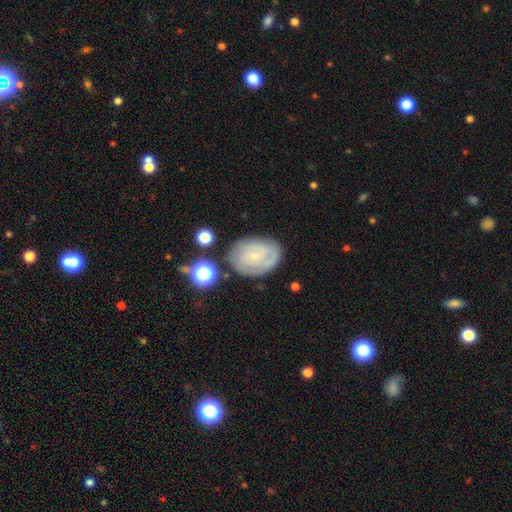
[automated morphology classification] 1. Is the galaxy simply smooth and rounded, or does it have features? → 69% featured or disk, 22% smooth, 8% star or artifact.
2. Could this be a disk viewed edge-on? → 97% no, 3% yes.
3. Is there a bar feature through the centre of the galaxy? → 71% no, 24% weak, 4% strong.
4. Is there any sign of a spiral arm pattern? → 88% yes, 12% no.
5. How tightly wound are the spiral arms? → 69% tight, 25% medium, 7% loose.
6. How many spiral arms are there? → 42% can't tell, 26% 2, 16% 3, 7% 4, 5% 1, 4% more than 4.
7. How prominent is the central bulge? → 83% small, 11% moderate, 3% none, 1% large, 1% dominant.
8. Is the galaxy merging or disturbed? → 73% none, 18% minor disturbance, 5% major disturbance, 4% merger.